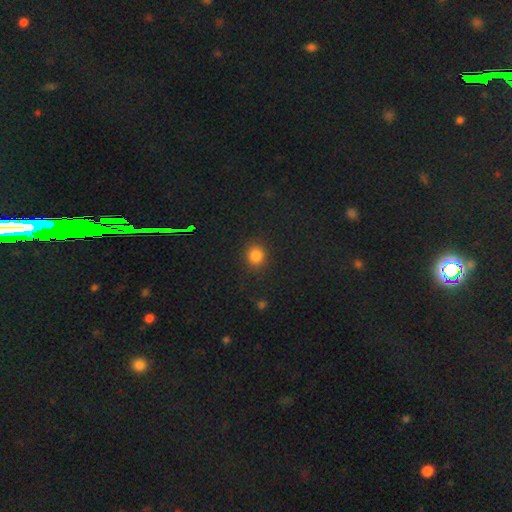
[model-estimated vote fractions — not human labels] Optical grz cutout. It shows a smooth galaxy with no disk features (84%) that is round (85%). Merging: none (88%).